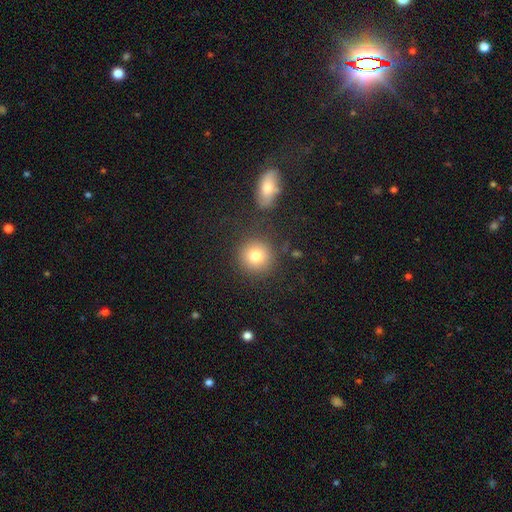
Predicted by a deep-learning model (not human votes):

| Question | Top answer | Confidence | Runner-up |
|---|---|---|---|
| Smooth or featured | smooth | 79% | star or artifact (11%) |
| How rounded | round | 93% | in between (6%) |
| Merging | none | 83% | minor disturbance (8%) |